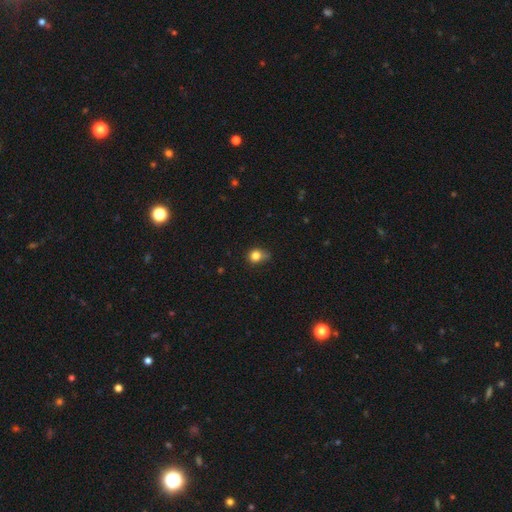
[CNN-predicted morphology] A smooth galaxy with no disk features (81%) that is round (72%). Merging: none (54%).